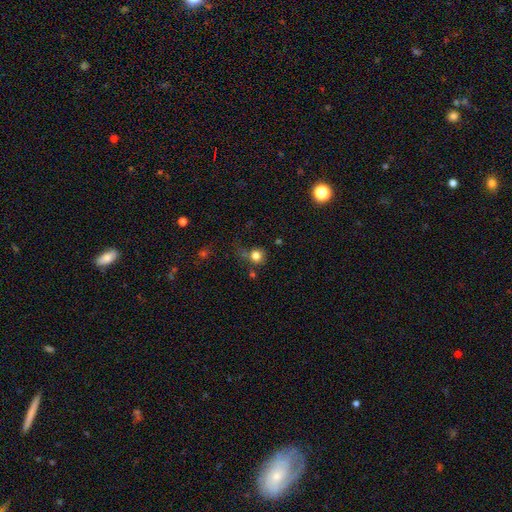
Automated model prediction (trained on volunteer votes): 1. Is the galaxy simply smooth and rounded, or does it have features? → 80% smooth, 13% star or artifact, 7% featured or disk.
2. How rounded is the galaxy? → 88% round, 11% in between, 1% cigar-shaped.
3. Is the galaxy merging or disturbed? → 56% none, 19% minor disturbance, 15% major disturbance, 10% merger.